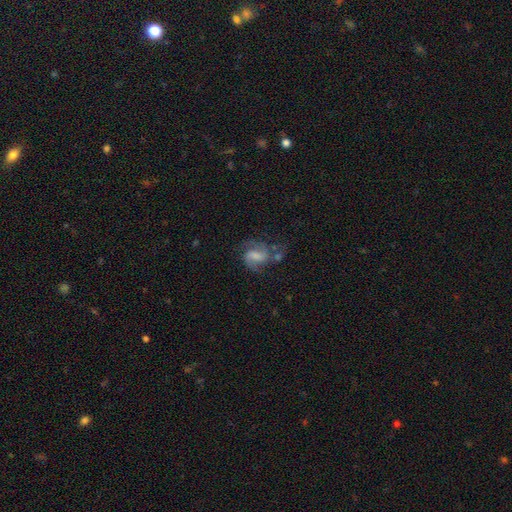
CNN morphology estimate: Smooth or featured?
  - featured or disk: 71% *
  - smooth: 21%
  - star or artifact: 8%
Edge-on disk?
  - no: 97% *
  - yes: 3%
Bar?
  - weak: 50% *
  - no: 27%
  - strong: 22%
Spiral arms?
  - yes: 93% *
  - no: 7%
Spiral winding?
  - medium: 53% *
  - loose: 28%
  - tight: 19%
Spiral arm count?
  - 2: 82% *
  - can't tell: 6%
  - 1: 5%
  - 3: 4%
  - 4: 1%
  - more than 4: 1%
Bulge size?
  - moderate: 29% *
  - small: 28%
  - none: 26%
  - large: 14%
  - dominant: 2%
Merging?
  - none: 49% *
  - minor disturbance: 20%
  - major disturbance: 17%
  - merger: 14%